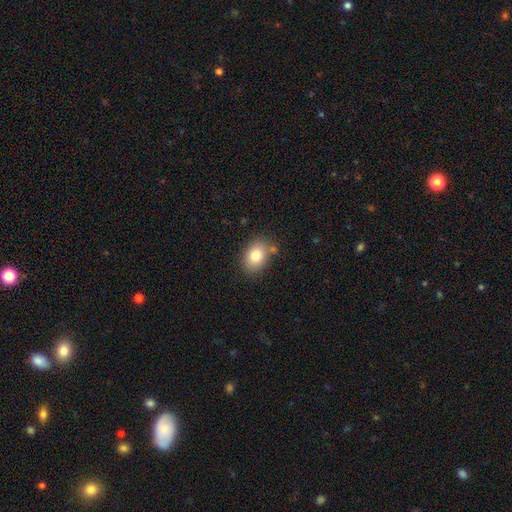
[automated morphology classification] Smooth or featured? smooth (80%)
How rounded? in between (70%)
Merging? none (77%)